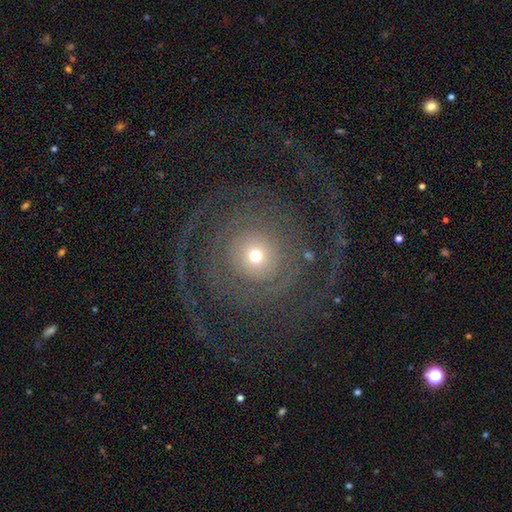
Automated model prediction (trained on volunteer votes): Smooth or featured?
  - featured or disk: 52% *
  - smooth: 32%
  - star or artifact: 16%
Edge-on disk?
  - no: 96% *
  - yes: 4%
Bar?
  - no: 86% *
  - weak: 11%
  - strong: 4%
Spiral arms?
  - yes: 68% *
  - no: 32%
Bulge size?
  - small: 57% *
  - moderate: 36%
  - large: 4%
  - dominant: 2%
  - none: 1%
Merging?
  - none: 75% *
  - major disturbance: 12%
  - minor disturbance: 11%
  - merger: 2%